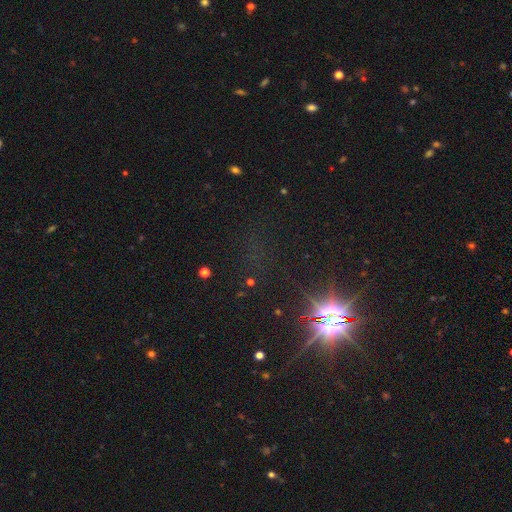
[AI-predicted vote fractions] A star or artifact, not a galaxy (85%).